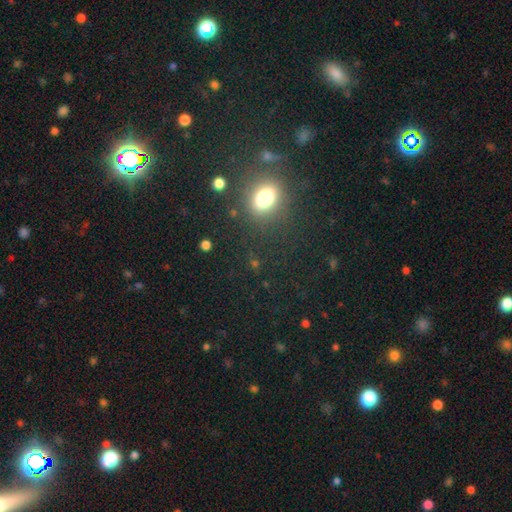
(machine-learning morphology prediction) Smooth or featured?
  - smooth: 56% *
  - star or artifact: 35%
  - featured or disk: 9%
How rounded?
  - round: 56% *
  - in between: 41%
  - cigar-shaped: 3%
Merging?
  - none: 84% *
  - minor disturbance: 8%
  - major disturbance: 4%
  - merger: 4%